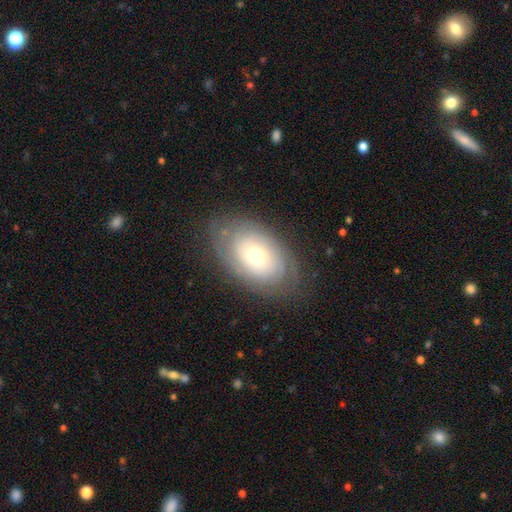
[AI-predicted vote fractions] This is likely a featured or disk galaxy (62%). It is clearly not viewed edge-on (94%). Bar: clearly no (81%). Spiral arm pattern: likely yes (77%). Central bulge: possibly moderate (55%). Merging: likely none (76%).